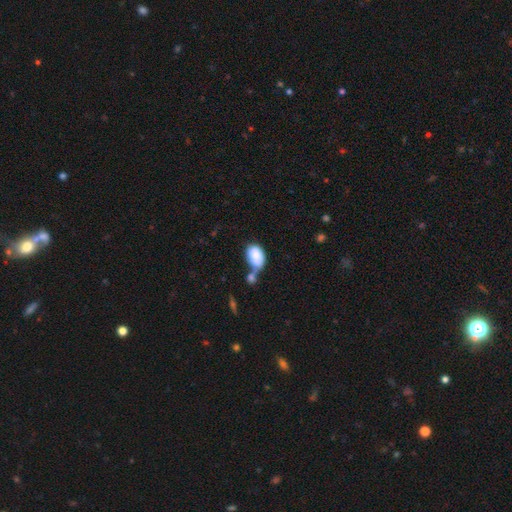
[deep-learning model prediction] smooth-or-featured: smooth: 80% | featured or disk: 13% | star or artifact: 7%
  how-rounded: in between: 87% | round: 12% | cigar-shaped: 1%
  merging: merger: 47% | none: 25% | minor disturbance: 18% | major disturbance: 10%